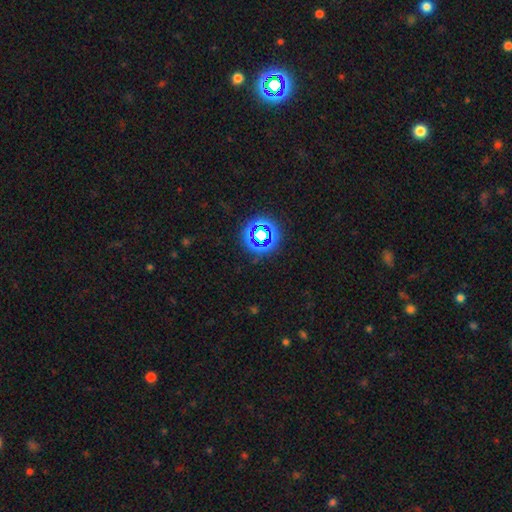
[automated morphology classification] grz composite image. It shows a smooth galaxy with no disk features (49%). Merging: none (90%).